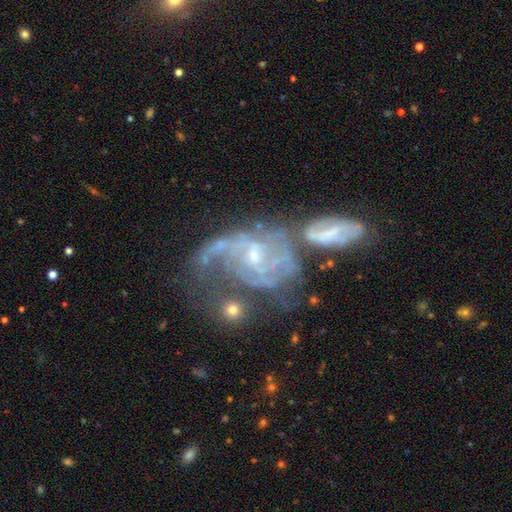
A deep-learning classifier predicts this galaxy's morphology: Smooth or featured?
  - featured or disk: 84% *
  - star or artifact: 8%
  - smooth: 8%
Edge-on disk?
  - no: 97% *
  - yes: 3%
Bar?
  - no: 45% *
  - weak: 43%
  - strong: 13%
Spiral arms?
  - yes: 92% *
  - no: 8%
Spiral winding?
  - medium: 43% *
  - tight: 39%
  - loose: 19%
Spiral arm count?
  - 2: 35% *
  - can't tell: 32%
  - 3: 15%
  - 1: 7%
  - 4: 6%
  - more than 4: 5%
Bulge size?
  - small: 65% *
  - moderate: 27%
  - none: 5%
  - large: 2%
  - dominant: 1%
Merging?
  - merger: 43% *
  - none: 24%
  - major disturbance: 19%
  - minor disturbance: 14%